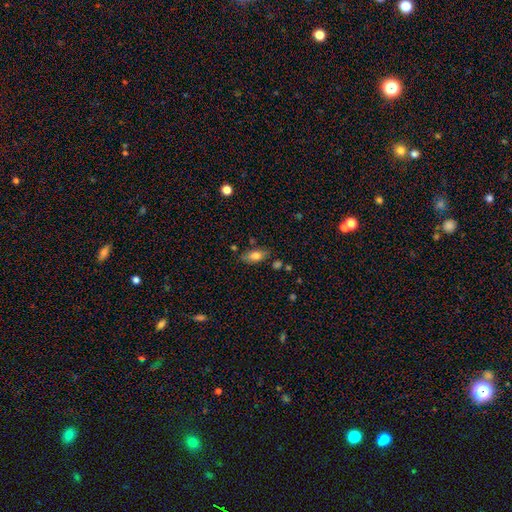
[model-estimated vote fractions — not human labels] smooth_or_featured: smooth (p=0.77) [alt: featured or disk p=0.15]
how_rounded: in between (p=0.86) [alt: cigar-shaped p=0.09]
merging: none (p=0.74) [alt: minor disturbance p=0.17]